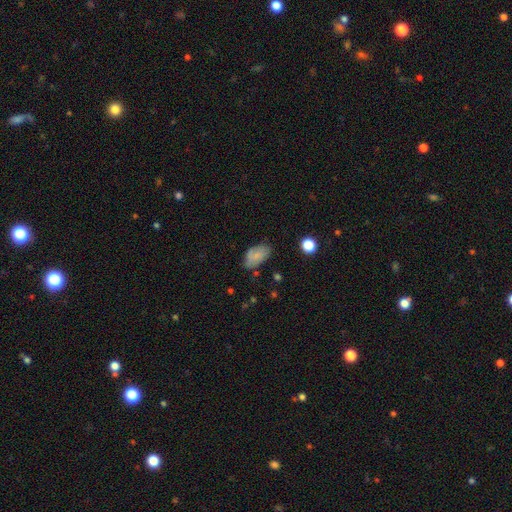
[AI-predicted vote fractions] Smooth or featured?
  - smooth: 72% *
  - featured or disk: 20%
  - star or artifact: 8%
How rounded?
  - in between: 93% *
  - round: 5%
  - cigar-shaped: 2%
Merging?
  - none: 65% *
  - minor disturbance: 27%
  - major disturbance: 6%
  - merger: 2%